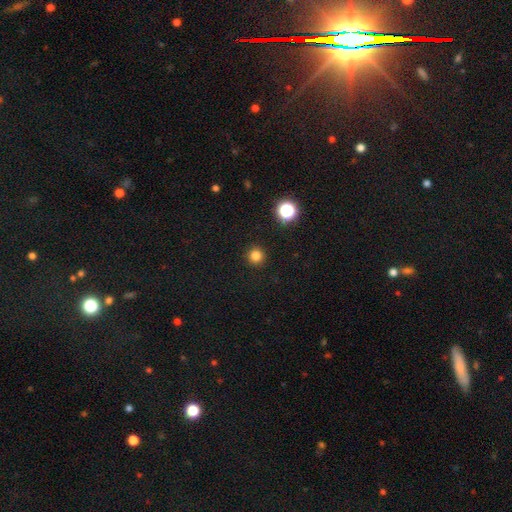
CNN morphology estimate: This is clearly a smooth galaxy (81%). How rounded: clearly round (95%). Merging: clearly none (93%).